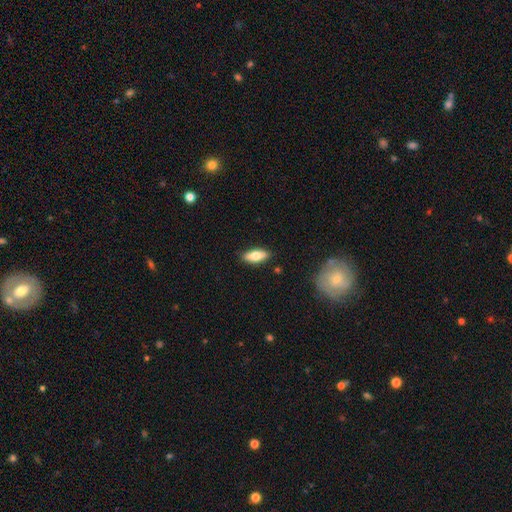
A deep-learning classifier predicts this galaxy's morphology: Q: Smooth or featured?
A: smooth (70%); runner-up: featured or disk (23%)
Q: How rounded?
A: in between (73%); runner-up: cigar-shaped (25%)
Q: Merging?
A: none (87%); runner-up: minor disturbance (10%)